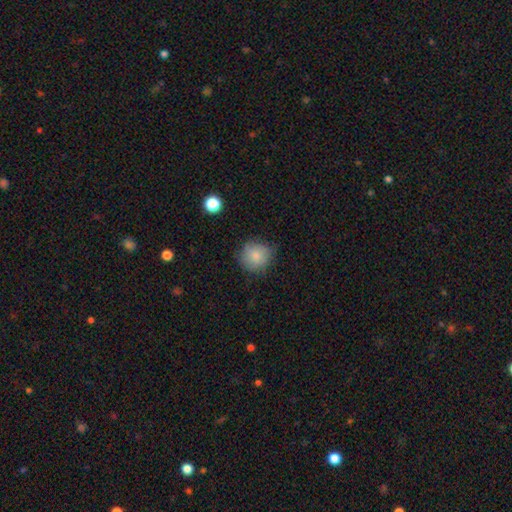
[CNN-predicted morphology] type=smooth (84%); roundness=round (86%); merging=none (73%).